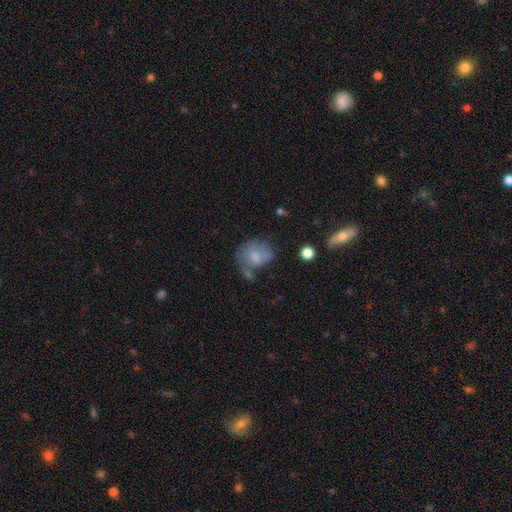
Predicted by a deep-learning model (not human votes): A smooth galaxy with no disk features (66%) that is round (56%). Merging: none (36%).